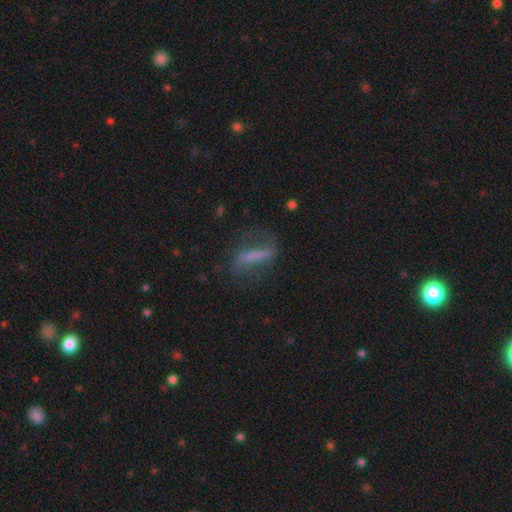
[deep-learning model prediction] featured or disk 50%, smooth 38%, star or artifact 12%. Down the decision tree: edge-on disk — no (78%); merging — none (59%).